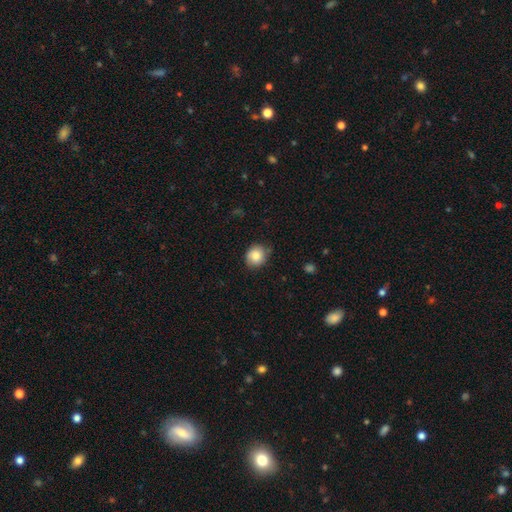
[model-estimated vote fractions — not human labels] The model was most divided on "merging": none: 78%, minor disturbance: 18%, major disturbance: 3%, merger: 2%. More confident: smooth or featured — smooth (83%); how rounded — round (80%).